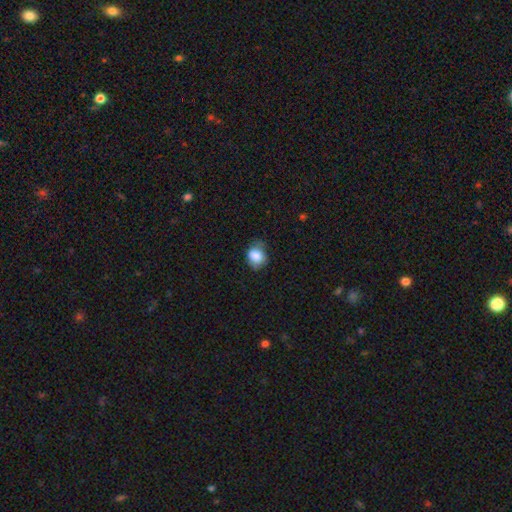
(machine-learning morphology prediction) This is clearly a smooth galaxy (83%). How rounded: possibly round (60%). Merging: possibly none (57%).